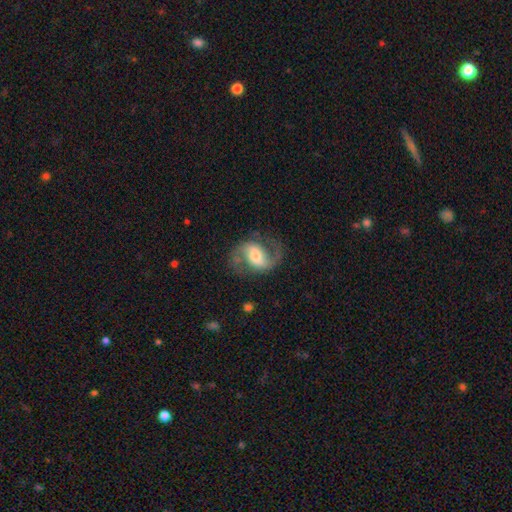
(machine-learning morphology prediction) This is clearly a featured or disk galaxy (85%). It is clearly not viewed edge-on (98%). Bar: possibly weak (46%). Spiral arm pattern: clearly yes (96%). Spiral arm count: clearly 2 (92%). Spiral winding: possibly medium (48%). Central bulge: possibly moderate (49%). Merging: likely none (74%).